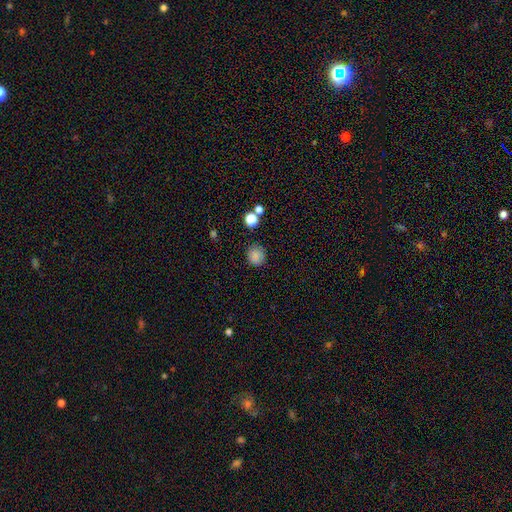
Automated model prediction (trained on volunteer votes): smooth-or-featured: smooth: 83% | star or artifact: 12% | featured or disk: 5%
  how-rounded: round: 89% | in between: 11% | cigar-shaped: 1%
  merging: none: 82% | minor disturbance: 12% | major disturbance: 3% | merger: 3%